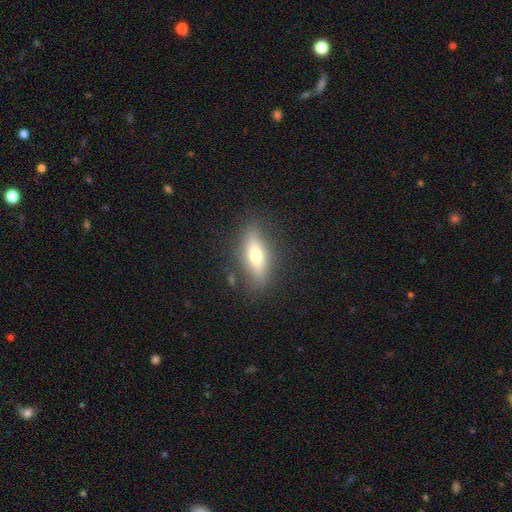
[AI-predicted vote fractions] Smooth or featured? Predicted: smooth (p=0.56). How rounded? Predicted: in between (p=0.54). Merging? Predicted: none (p=0.83).